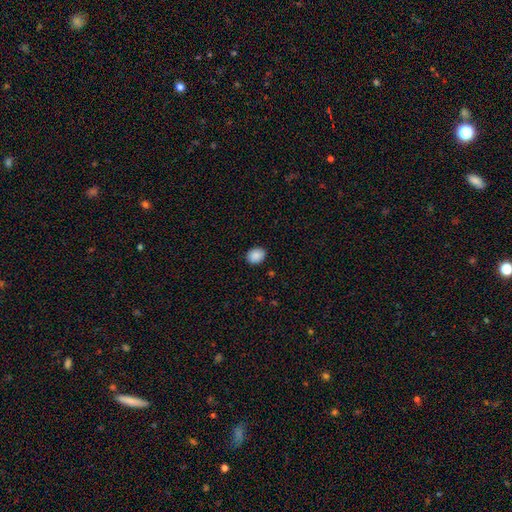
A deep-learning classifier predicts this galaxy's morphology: smooth 89%, star or artifact 8%, featured or disk 3%. Down the decision tree: how rounded — round (50%); merging — none (88%).